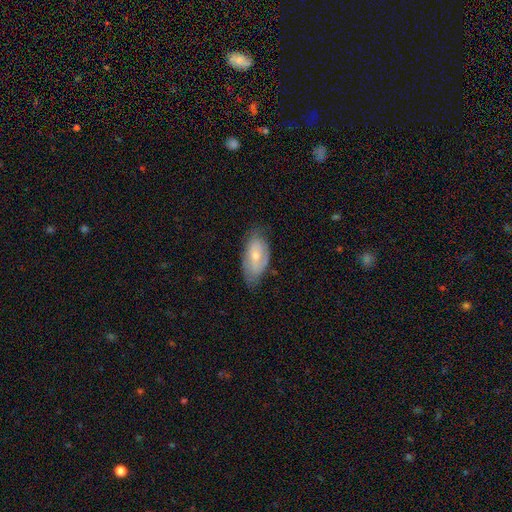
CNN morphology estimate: Overall: smooth (48%; featured or disk 45%). Merging: none (65%; minor disturbance 27%).